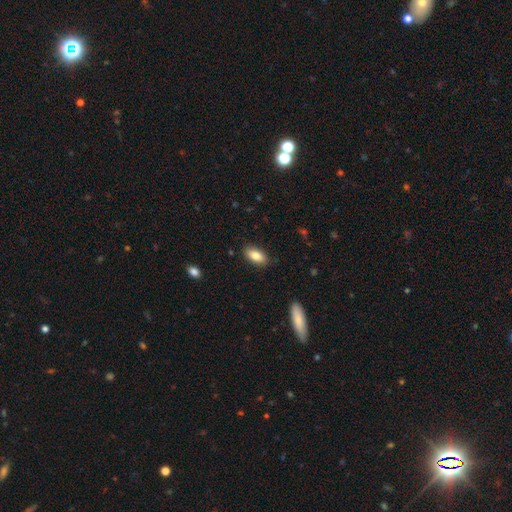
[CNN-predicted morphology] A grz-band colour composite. It shows a smooth galaxy with no disk features (85%) that is in between round and cigar-shaped (90%). Merging: none (87%).